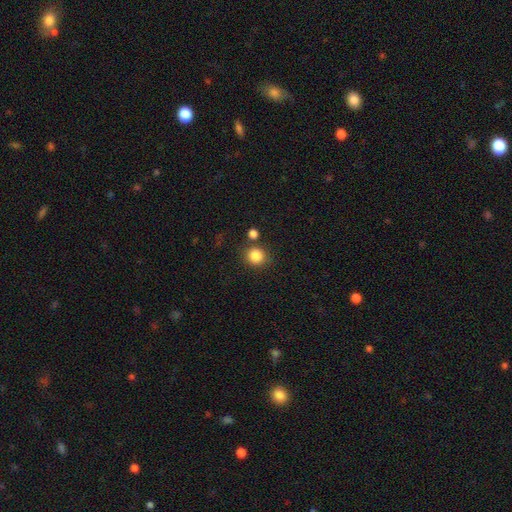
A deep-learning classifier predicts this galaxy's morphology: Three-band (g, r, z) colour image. It shows a smooth galaxy with no disk features (85%) that is round (88%). Merging: none (78%).